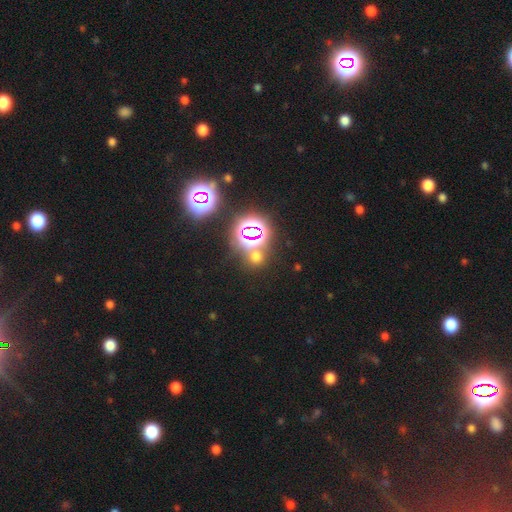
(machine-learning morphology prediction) A star or artifact, not a galaxy (51%).

Vote fractions:
- Smooth or featured? star or artifact: 51% / smooth: 42% / featured or disk: 7%